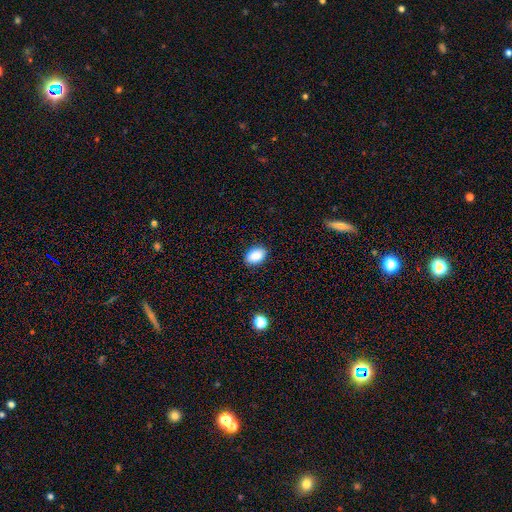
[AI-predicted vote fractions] A smooth galaxy with no disk features (89%) that is in between round and cigar-shaped (88%).

Vote fractions:
- Smooth or featured? smooth: 89% / star or artifact: 8% / featured or disk: 3%
- How rounded? in between: 88% / round: 10% / cigar-shaped: 1%
- Merging? none: 87% / minor disturbance: 9% / major disturbance: 2% / merger: 1%